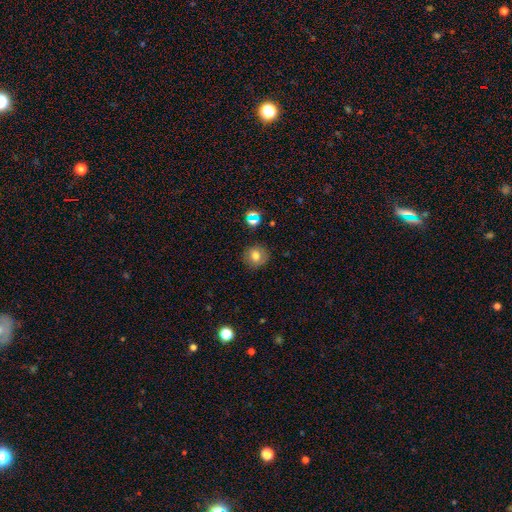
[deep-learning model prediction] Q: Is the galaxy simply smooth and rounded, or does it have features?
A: smooth — 73%.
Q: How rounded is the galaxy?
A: round — 89%.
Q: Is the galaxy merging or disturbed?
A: none — 87%.